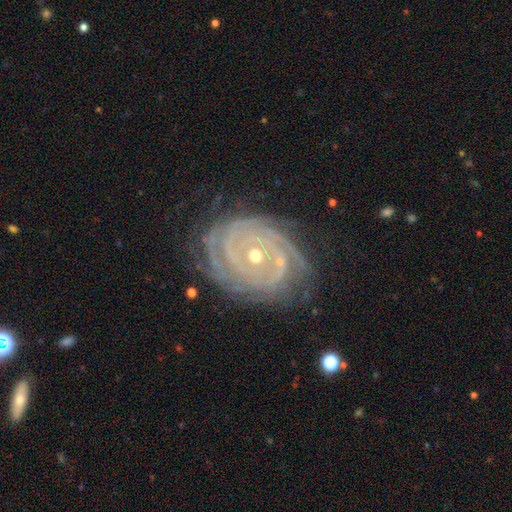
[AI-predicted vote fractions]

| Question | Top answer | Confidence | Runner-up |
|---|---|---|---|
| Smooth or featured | featured or disk | 86% | star or artifact (7%) |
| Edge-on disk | no | 96% | yes (4%) |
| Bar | no | 77% | weak (16%) |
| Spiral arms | yes | 96% | no (4%) |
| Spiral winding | tight | 86% | medium (12%) |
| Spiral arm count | can't tell | 25% | 3 (21%) |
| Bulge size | small | 56% | moderate (40%) |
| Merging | none | 73% | minor disturbance (18%) |